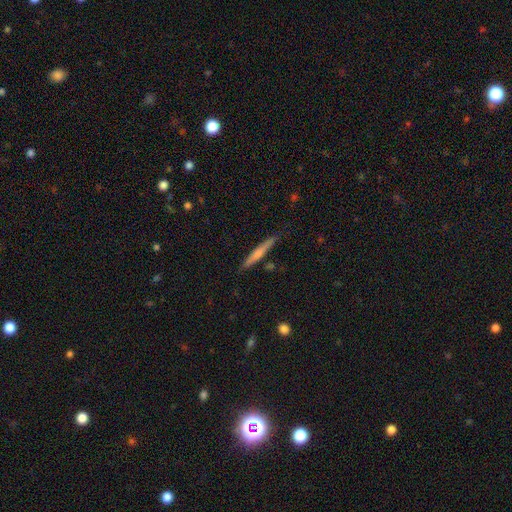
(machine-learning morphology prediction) Smooth or featured? featured or disk (55%)
Edge-on disk? yes (97%)
Edge-on bulge? rounded (65%)
Merging? none (88%)